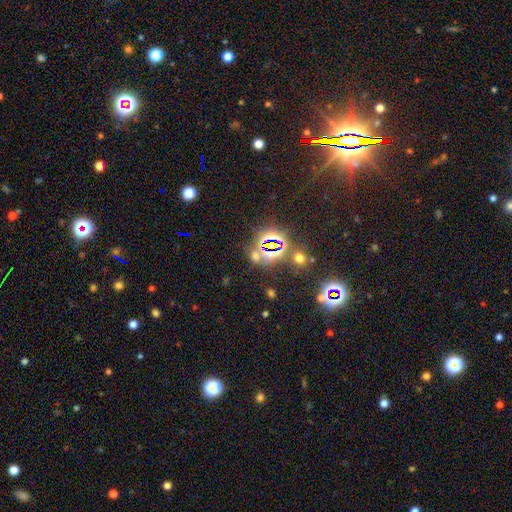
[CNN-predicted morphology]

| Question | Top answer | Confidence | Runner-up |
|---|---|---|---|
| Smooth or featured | star or artifact | 62% | smooth (29%) |